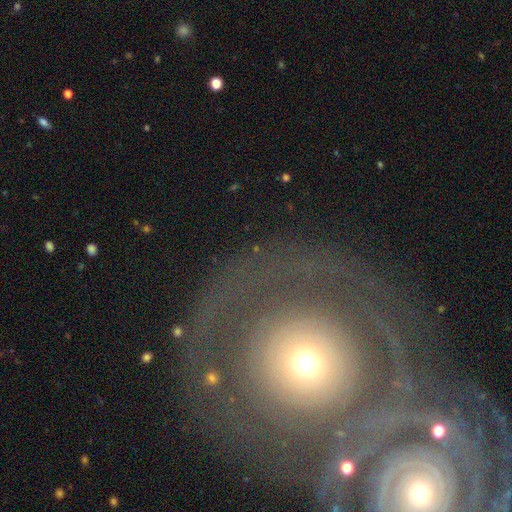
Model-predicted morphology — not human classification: Q: Smooth or featured?
A: featured or disk (52%); runner-up: smooth (36%)
Q: Edge-on disk?
A: no (94%); runner-up: yes (6%)
Q: Merging?
A: none (69%); runner-up: minor disturbance (11%)